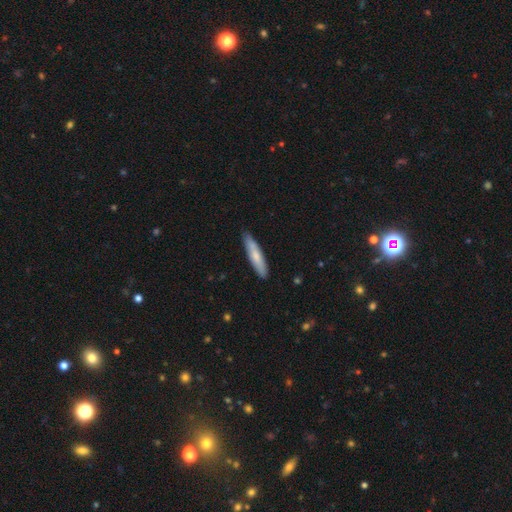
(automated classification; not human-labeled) Overall: smooth (71%). How rounded: cigar-shaped (85%). Merging: none (86%).